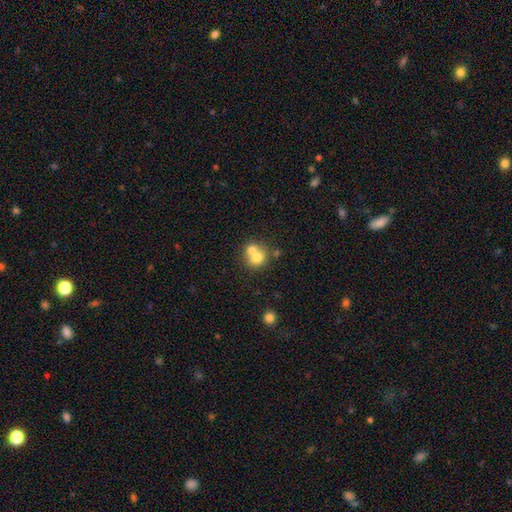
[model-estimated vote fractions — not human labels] Smooth or featured: smooth — 70% (featured or disk — 20%)
How rounded: round — 79% (in between — 20%)
Merging: merger — 59% (none — 32%)